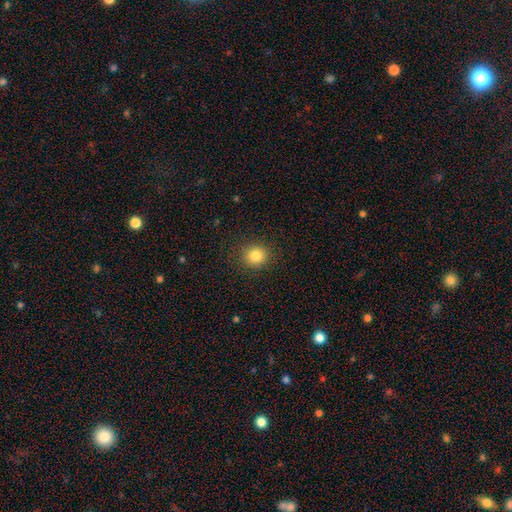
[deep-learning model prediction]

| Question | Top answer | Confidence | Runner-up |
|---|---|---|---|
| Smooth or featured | smooth | 83% | star or artifact (11%) |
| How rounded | round | 86% | in between (13%) |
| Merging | none | 90% | minor disturbance (7%) |